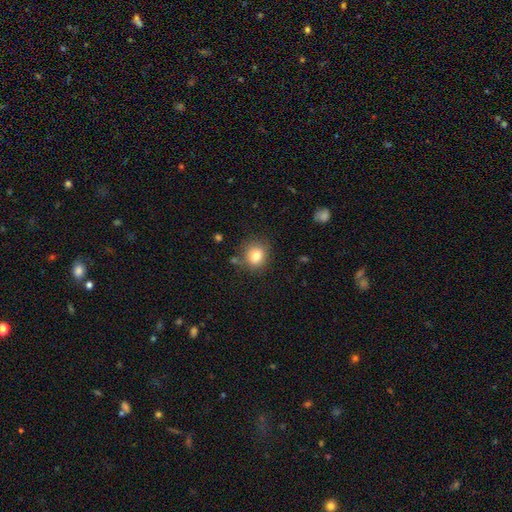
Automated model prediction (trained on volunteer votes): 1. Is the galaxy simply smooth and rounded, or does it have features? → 82% smooth, 10% star or artifact, 8% featured or disk.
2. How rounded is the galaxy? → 74% round, 25% in between, 1% cigar-shaped.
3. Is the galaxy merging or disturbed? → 78% none, 14% minor disturbance, 4% merger, 4% major disturbance.